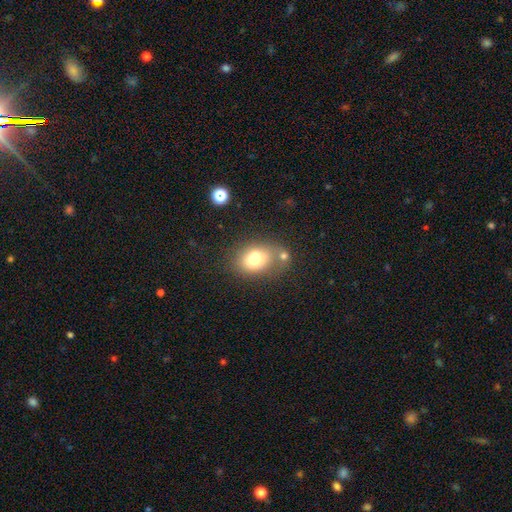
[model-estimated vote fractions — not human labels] The model was most divided on "merging": none: 43%, merger: 33%, minor disturbance: 17%, major disturbance: 8%. More confident: smooth or featured — smooth (72%); how rounded — in between (62%).